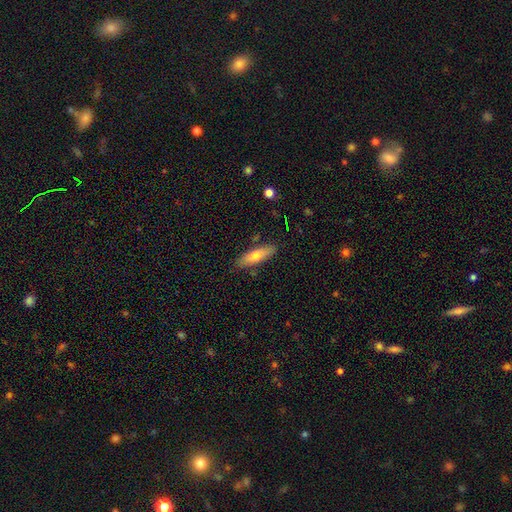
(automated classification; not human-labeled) Smooth or featured? smooth (66%)
How rounded? cigar-shaped (65%)
Merging? none (85%)